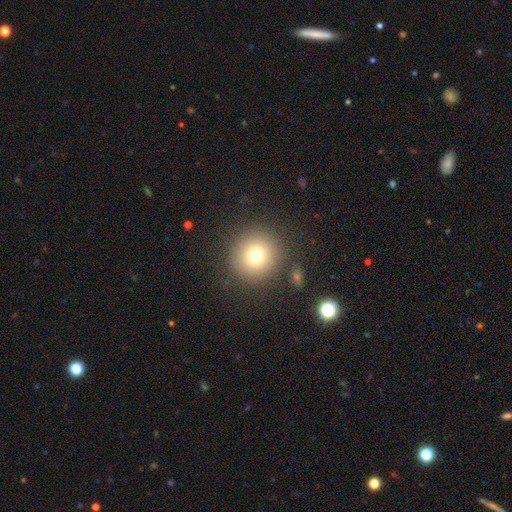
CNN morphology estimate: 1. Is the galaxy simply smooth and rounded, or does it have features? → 75% smooth, 14% star or artifact, 11% featured or disk.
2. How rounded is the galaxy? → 95% round, 4% in between, 1% cigar-shaped.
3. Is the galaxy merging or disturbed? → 87% none, 7% minor disturbance, 3% major disturbance, 3% merger.